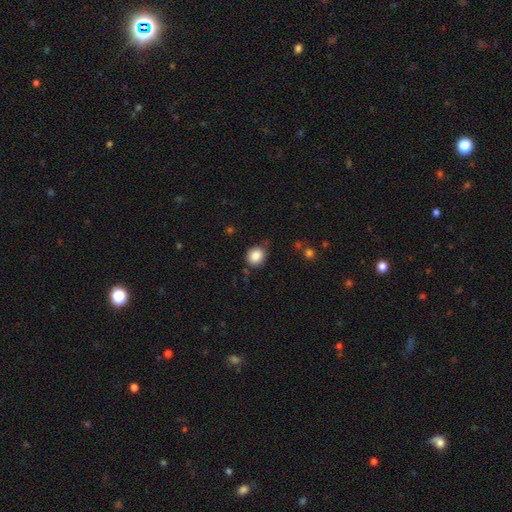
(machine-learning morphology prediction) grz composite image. It shows a smooth galaxy with no disk features (86%) that is round (76%). Merging: none (78%).